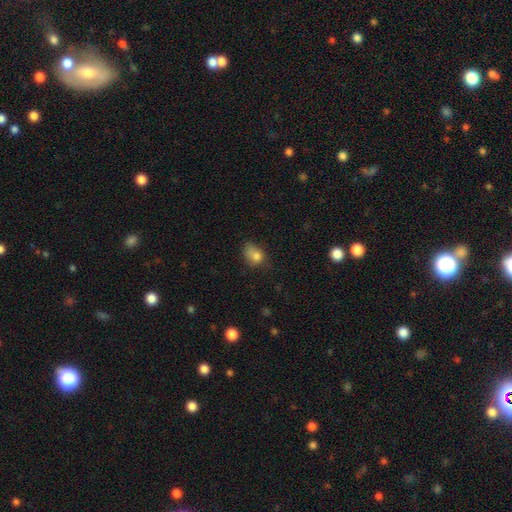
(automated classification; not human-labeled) Smooth or featured: smooth — 78% (star or artifact — 11%)
How rounded: in between — 63% (round — 35%)
Merging: none — 45% (minor disturbance — 35%)